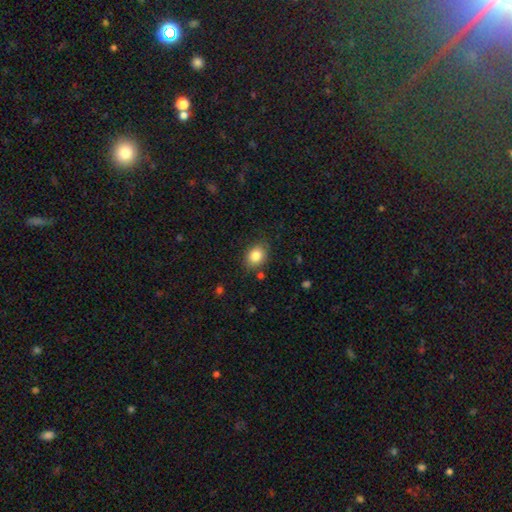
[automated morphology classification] Smooth or featured? Predicted: smooth (p=0.84). How rounded? Predicted: in between (p=0.58). Merging? Predicted: none (p=0.81).